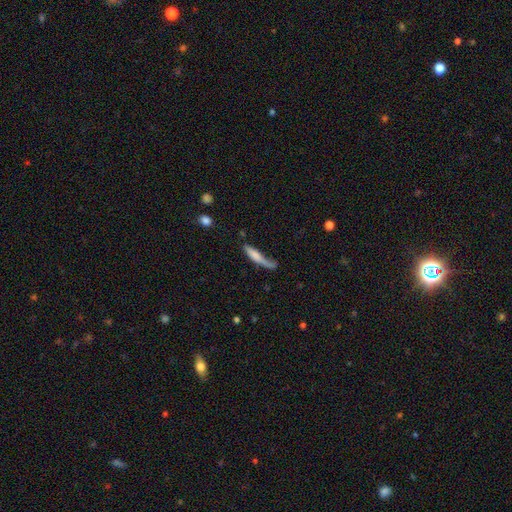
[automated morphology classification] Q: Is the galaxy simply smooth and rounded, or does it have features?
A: smooth — 66%.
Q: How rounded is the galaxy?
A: cigar-shaped — 84%.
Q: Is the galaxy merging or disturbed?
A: none — 38%.